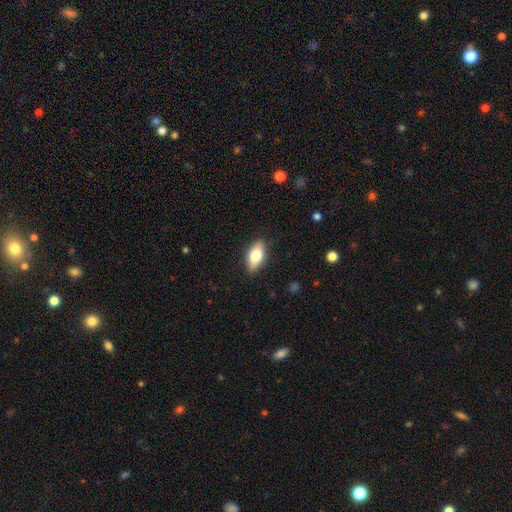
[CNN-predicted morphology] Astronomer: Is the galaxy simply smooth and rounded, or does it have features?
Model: smooth — 72%.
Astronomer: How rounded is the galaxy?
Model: in between — 87%.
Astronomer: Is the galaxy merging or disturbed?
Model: none — 86%.